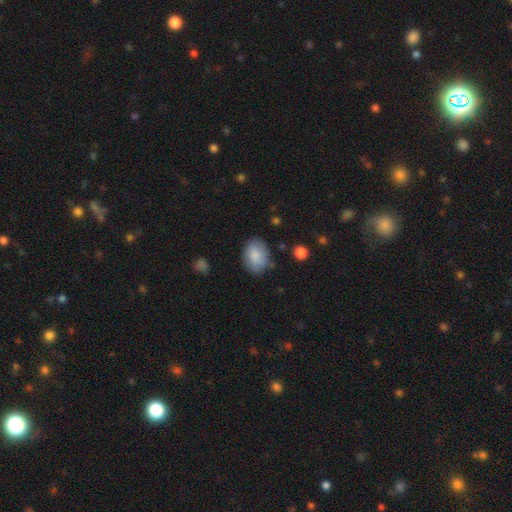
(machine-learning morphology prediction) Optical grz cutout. It shows a smooth galaxy with no disk features (84%) that is in between round and cigar-shaped (79%). Merging: none (75%).